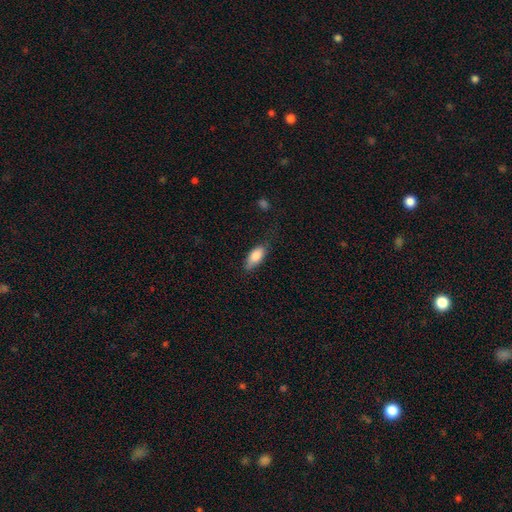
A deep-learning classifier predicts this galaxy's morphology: Smooth or featured?
  - smooth: 83% *
  - featured or disk: 11%
  - star or artifact: 6%
How rounded?
  - in between: 83% *
  - cigar-shaped: 15%
  - round: 2%
Merging?
  - none: 63% *
  - minor disturbance: 27%
  - major disturbance: 8%
  - merger: 2%